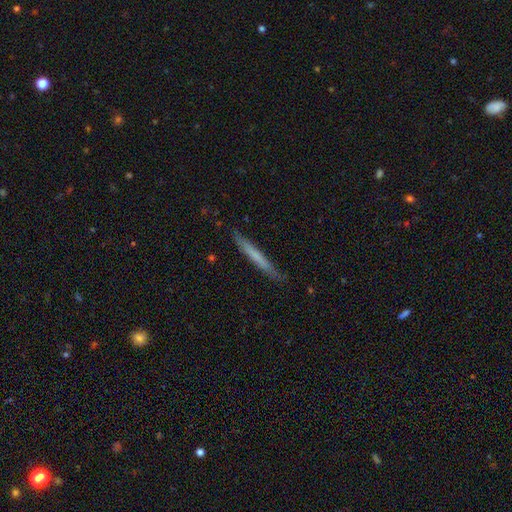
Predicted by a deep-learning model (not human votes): smooth_or_featured: smooth (p=0.59) [alt: featured or disk p=0.35]
how_rounded: cigar-shaped (p=0.97) [alt: in between p=0.02]
merging: none (p=0.87) [alt: minor disturbance p=0.10]